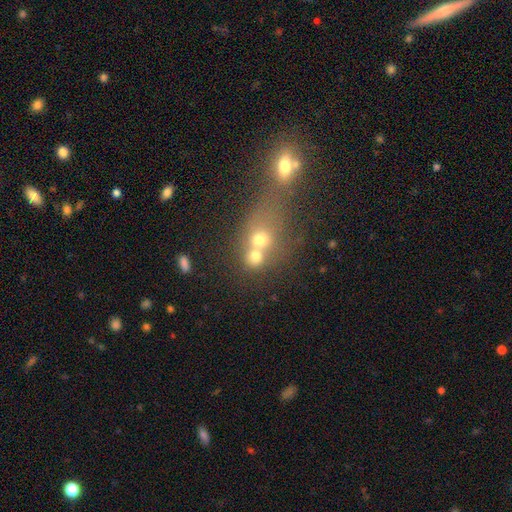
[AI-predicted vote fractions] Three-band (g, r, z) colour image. It shows a smooth galaxy with no disk features (65%) that is round (74%). Merging: merger (64%).